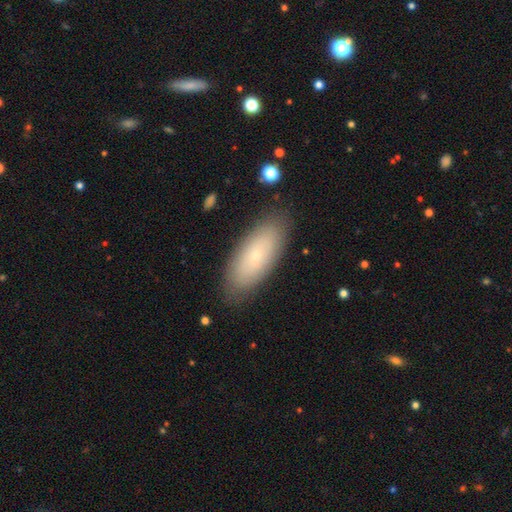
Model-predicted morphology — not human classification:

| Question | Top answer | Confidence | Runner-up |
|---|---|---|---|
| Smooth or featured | smooth | 62% | featured or disk (30%) |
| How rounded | in between | 82% | cigar-shaped (16%) |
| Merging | none | 85% | minor disturbance (11%) |